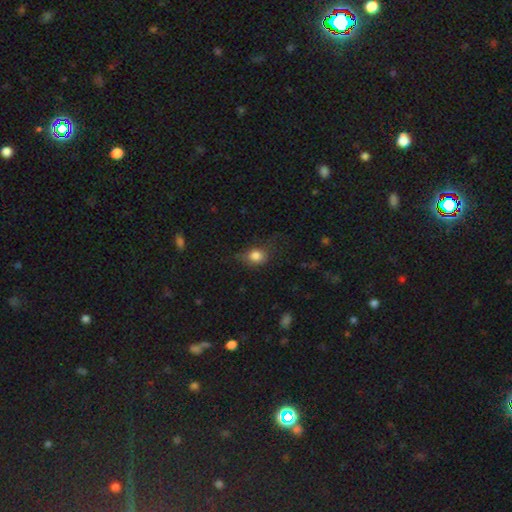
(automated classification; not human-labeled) Q: Smooth or featured?
A: smooth (81%); runner-up: star or artifact (11%)
Q: How rounded?
A: round (54%); runner-up: in between (44%)
Q: Merging?
A: none (56%); runner-up: minor disturbance (29%)